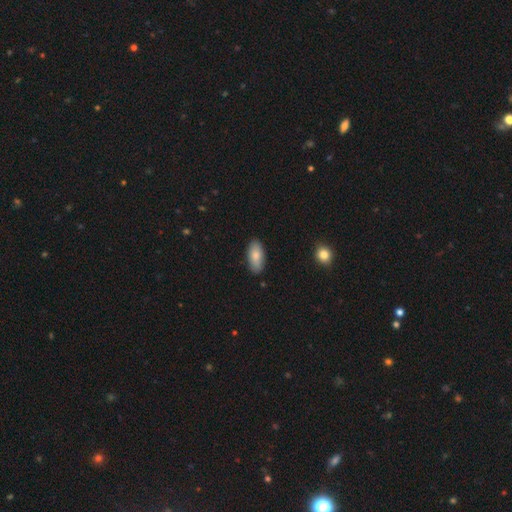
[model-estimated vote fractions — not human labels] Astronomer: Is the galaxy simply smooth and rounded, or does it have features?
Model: smooth — 81%.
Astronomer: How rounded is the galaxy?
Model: in between — 91%.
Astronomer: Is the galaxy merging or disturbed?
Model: none — 86%.